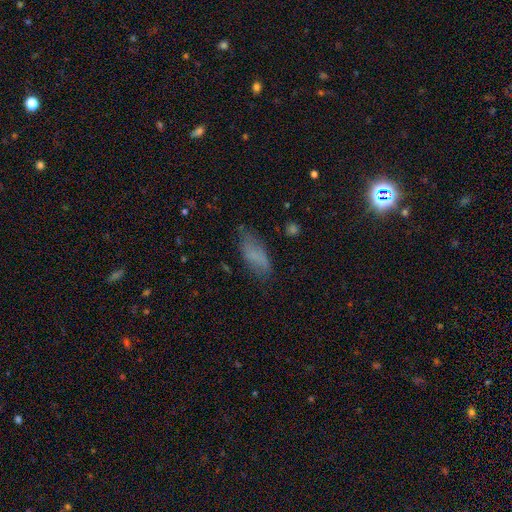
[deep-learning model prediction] The model was most divided on "merging": none: 60%, minor disturbance: 26%, major disturbance: 12%, merger: 2%. More confident: how rounded — in between (78%); smooth or featured — smooth (70%).